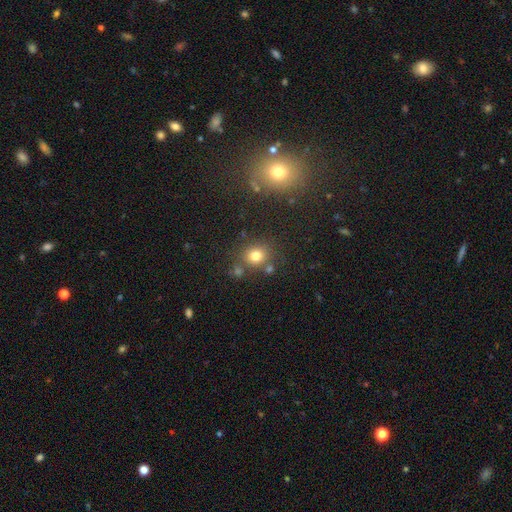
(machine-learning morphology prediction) A smooth galaxy with no disk features (76%) that is round (78%). Merging: none (72%).